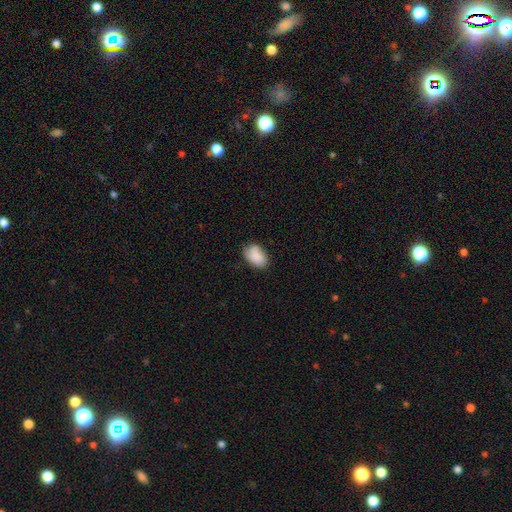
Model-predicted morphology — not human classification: Smooth or featured?
  - smooth: 88% *
  - star or artifact: 7%
  - featured or disk: 5%
How rounded?
  - in between: 88% *
  - round: 11%
  - cigar-shaped: 1%
Merging?
  - none: 74% *
  - minor disturbance: 21%
  - major disturbance: 4%
  - merger: 1%